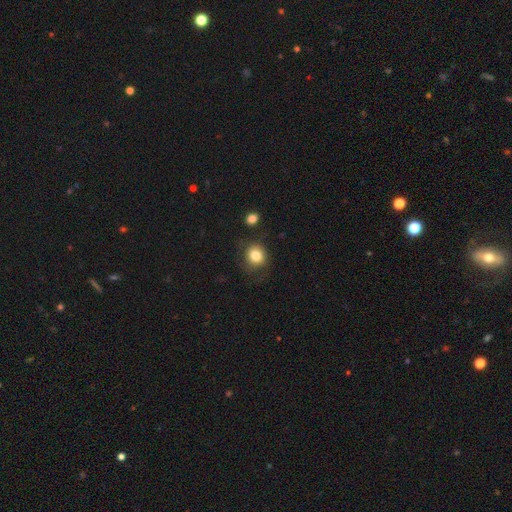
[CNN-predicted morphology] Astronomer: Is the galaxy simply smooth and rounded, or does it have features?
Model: smooth — 82%.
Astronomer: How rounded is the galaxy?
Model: round — 79%.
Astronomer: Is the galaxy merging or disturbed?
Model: none — 75%.